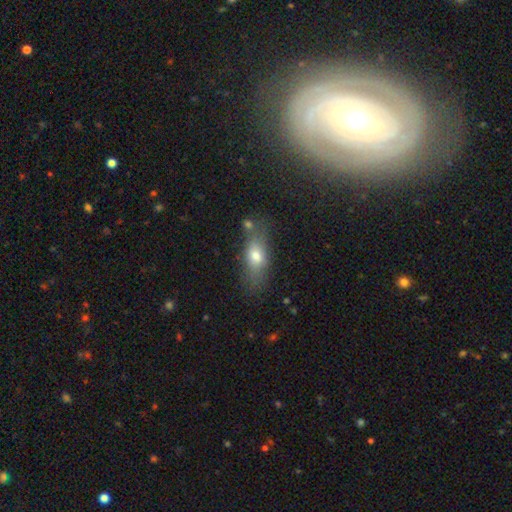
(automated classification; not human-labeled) Smooth or featured?
  - smooth: 69% *
  - featured or disk: 21%
  - star or artifact: 10%
How rounded?
  - in between: 69% *
  - cigar-shaped: 24%
  - round: 7%
Merging?
  - none: 66% *
  - minor disturbance: 19%
  - major disturbance: 7%
  - merger: 7%